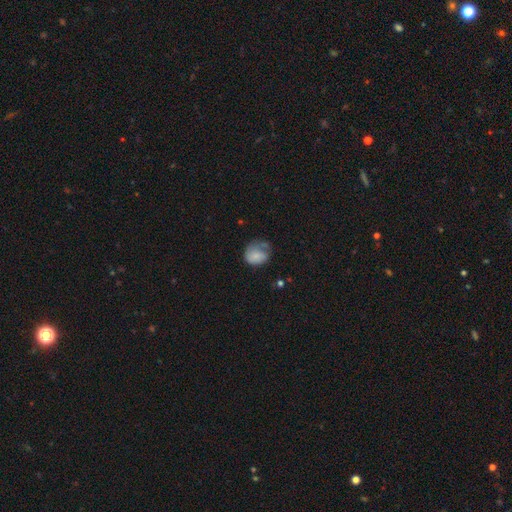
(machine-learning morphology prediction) Smooth or featured? Predicted: smooth (p=0.70). How rounded? Predicted: round (p=0.57). Merging? Predicted: none (p=0.36).